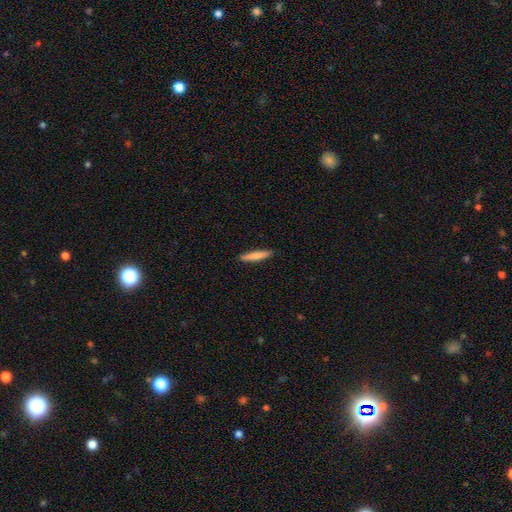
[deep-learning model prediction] Overall: smooth (76%). How rounded: cigar-shaped (92%). Merging: none (91%).